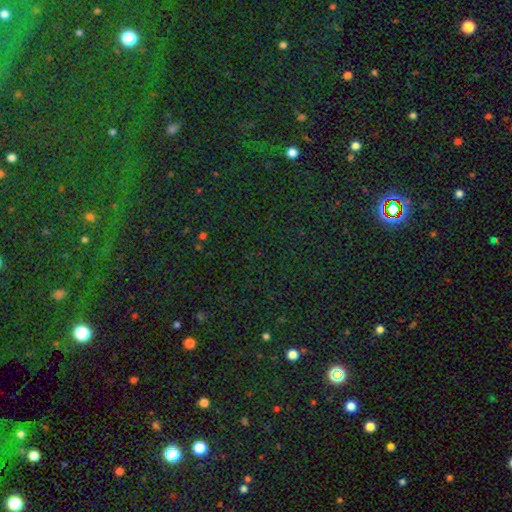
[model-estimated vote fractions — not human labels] Smooth or featured: star or artifact — 81% (smooth — 12%)